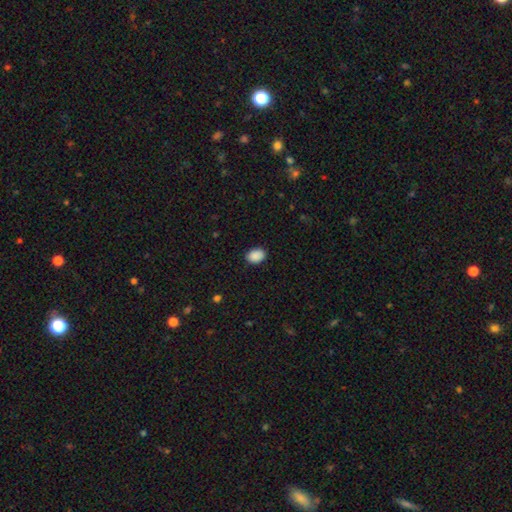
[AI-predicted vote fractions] This is clearly a smooth galaxy (90%). How rounded: likely in between (77%). Merging: clearly none (88%).